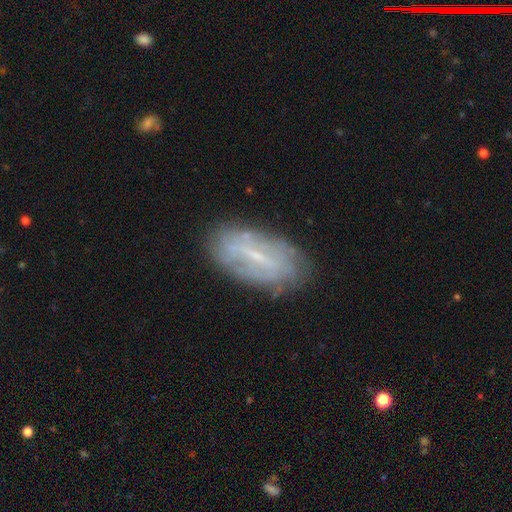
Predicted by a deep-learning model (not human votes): Overall: featured or disk (67%). Edge-on disk: no (89%). Bar: weak (43%; strong 41%). Spiral arms: yes (59%; no 41%). Bulge size: small (64%). Merging: none (74%).